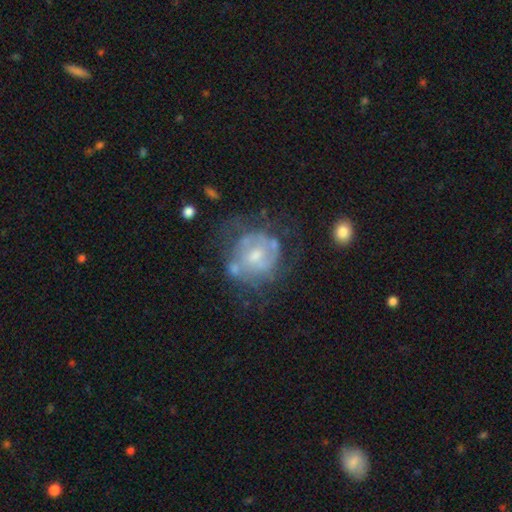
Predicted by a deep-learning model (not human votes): A featured or disk galaxy (66%) with no bar (55%), spiral arms (57%) and a small central bulge (50%).

Vote fractions:
- Smooth or featured? featured or disk: 66% / smooth: 26% / star or artifact: 8%
- Edge-on disk? no: 97% / yes: 3%
- Bar? no: 55% / weak: 38% / strong: 7%
- Spiral arms? yes: 57% / no: 43%
- Bulge size? small: 50% / moderate: 42% / none: 5% / large: 2% / dominant: 1%
- Merging? none: 48% / minor disturbance: 23% / major disturbance: 20% / merger: 9%